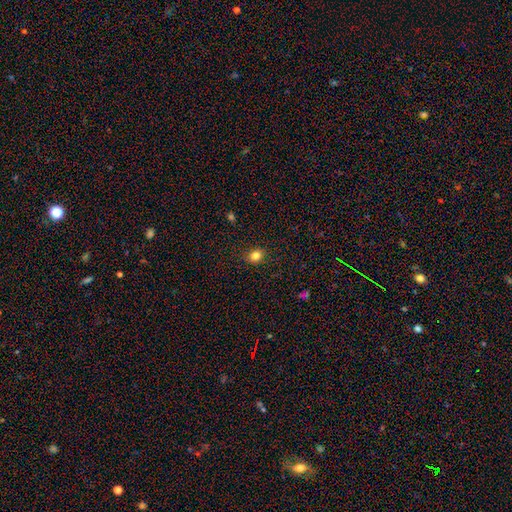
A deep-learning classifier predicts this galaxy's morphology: smooth-or-featured: smooth: 82% | star or artifact: 13% | featured or disk: 5%
  how-rounded: round: 70% | in between: 29% | cigar-shaped: 1%
  merging: none: 89% | minor disturbance: 8% | major disturbance: 2% | merger: 1%